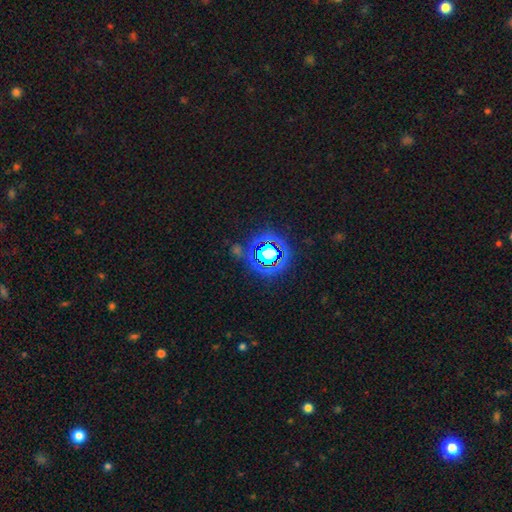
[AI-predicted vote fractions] star or artifact 77%, smooth 15%, featured or disk 7%.